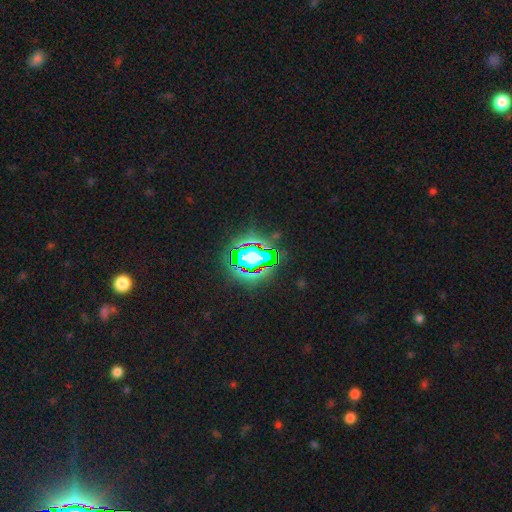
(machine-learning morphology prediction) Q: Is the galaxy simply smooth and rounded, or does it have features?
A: star or artifact — 57%.